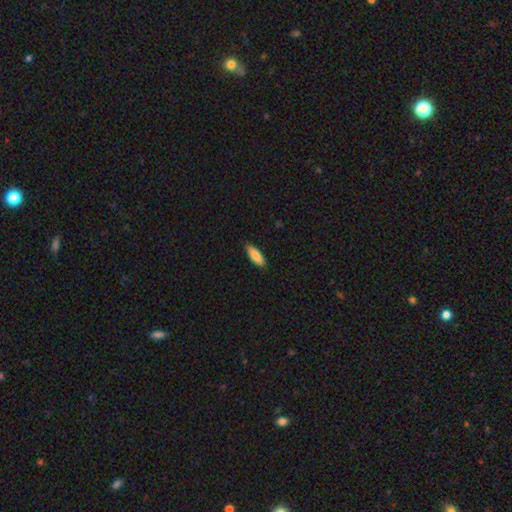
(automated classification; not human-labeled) Smooth or featured? Predicted: smooth (p=0.85). How rounded? Predicted: in between (p=0.58). Merging? Predicted: none (p=0.86).